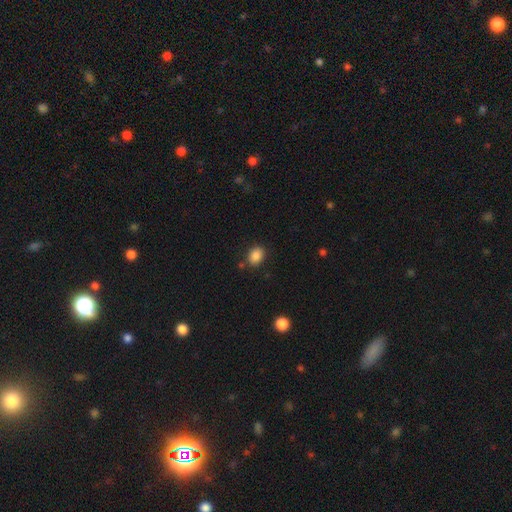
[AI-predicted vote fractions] Overall: smooth (87%). How rounded: in between (64%; round 35%). Merging: none (82%).